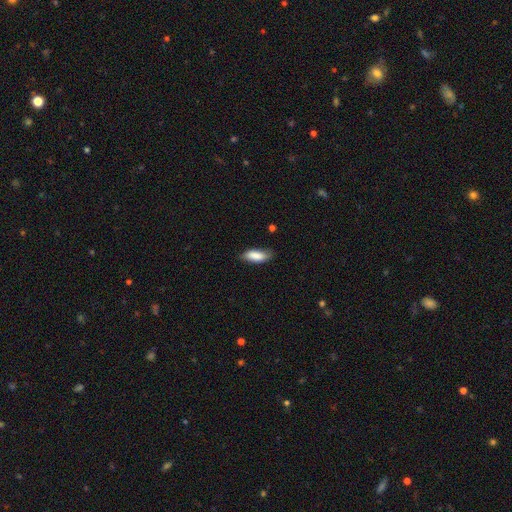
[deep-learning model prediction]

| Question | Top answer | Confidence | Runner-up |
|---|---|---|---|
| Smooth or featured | smooth | 84% | featured or disk (10%) |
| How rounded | in between | 74% | cigar-shaped (24%) |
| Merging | none | 73% | minor disturbance (22%) |